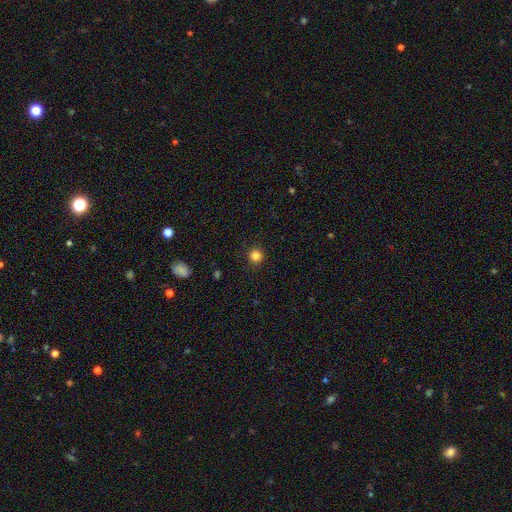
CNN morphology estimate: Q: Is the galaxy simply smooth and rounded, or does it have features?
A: smooth — 84%.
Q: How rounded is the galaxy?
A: round — 94%.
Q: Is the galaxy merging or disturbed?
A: none — 91%.